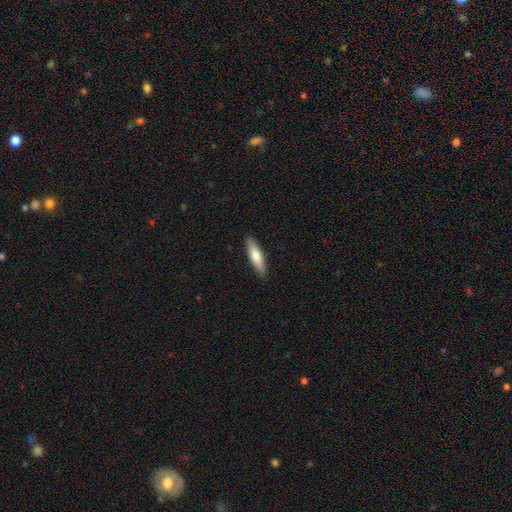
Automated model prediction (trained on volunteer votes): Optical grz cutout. It shows a smooth galaxy with no disk features (70%) that is cigar-shaped (71%). Merging: none (90%).